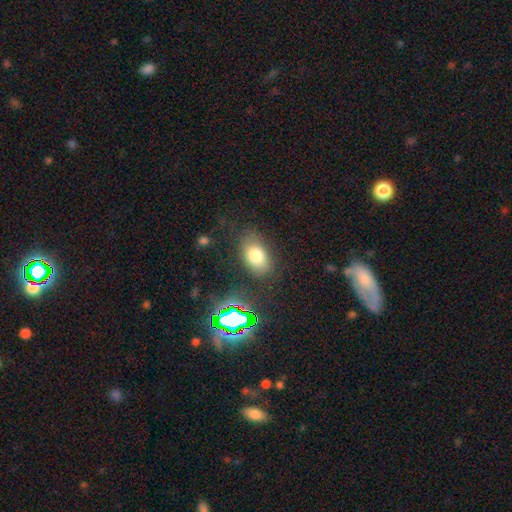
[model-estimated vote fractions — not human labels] A smooth galaxy with no disk features (75%) that is in between round and cigar-shaped (84%). Merging: none (77%).